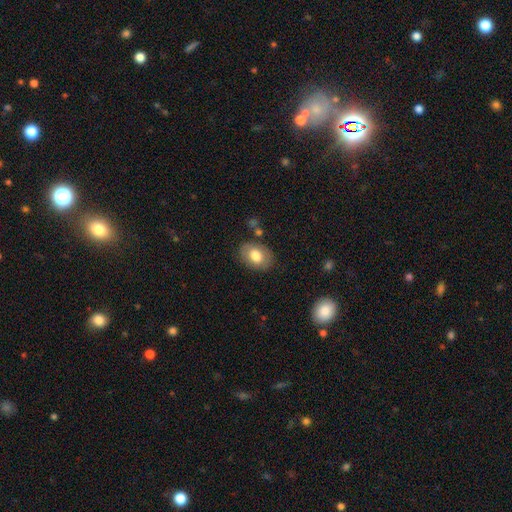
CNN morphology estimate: Overall: smooth (74%). How rounded: in between (80%). Merging: none (80%).